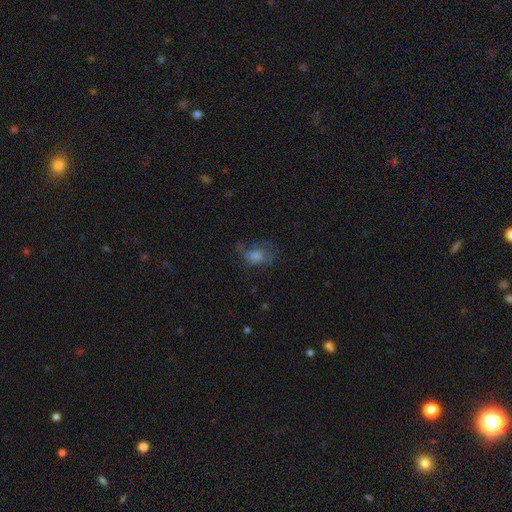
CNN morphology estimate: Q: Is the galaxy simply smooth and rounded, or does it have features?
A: smooth — 49%.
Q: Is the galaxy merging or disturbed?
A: none — 43%.